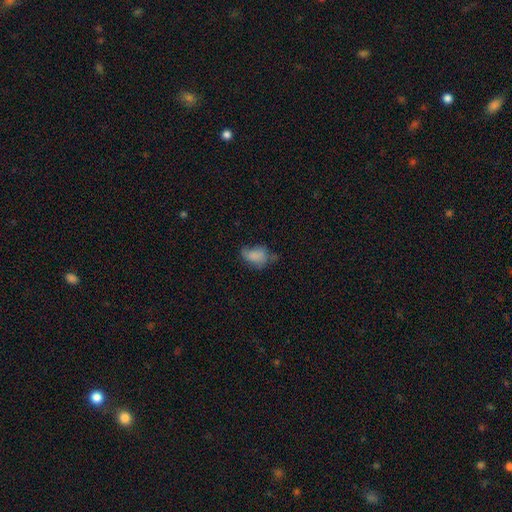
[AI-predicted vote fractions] smooth_or_featured: smooth (p=0.69) [alt: featured or disk p=0.20]
how_rounded: in between (p=0.83) [alt: round p=0.15]
merging: none (p=0.35) [alt: minor disturbance p=0.33]